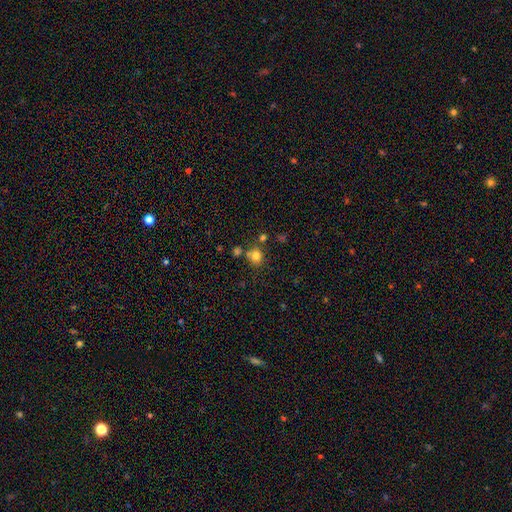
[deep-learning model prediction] smooth-or-featured: smooth: 80% | star or artifact: 14% | featured or disk: 7%
  how-rounded: round: 85% | in between: 14% | cigar-shaped: 1%
  merging: none: 72% | merger: 14% | minor disturbance: 10% | major disturbance: 4%